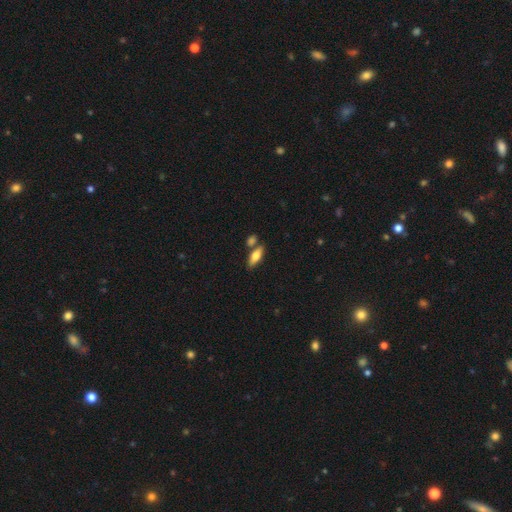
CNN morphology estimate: Smooth or featured? Predicted: smooth (p=0.64). How rounded? Predicted: in between (p=0.66). Merging? Predicted: none (p=0.69).